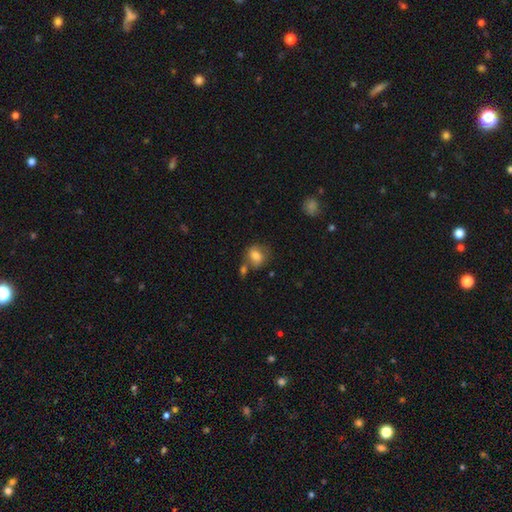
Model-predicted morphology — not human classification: Smooth or featured? Predicted: smooth (p=0.74). How rounded? Predicted: round (p=0.56). Merging? Predicted: none (p=0.54).